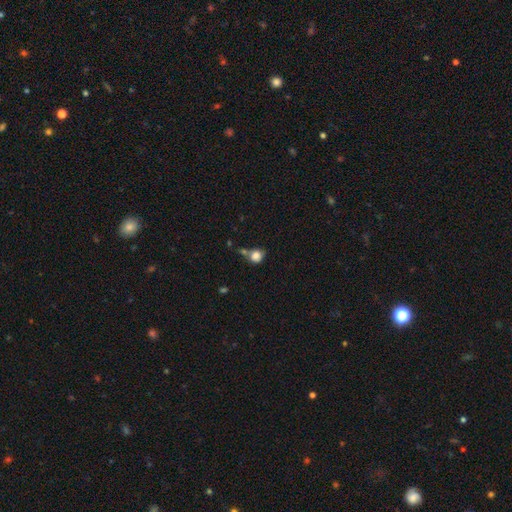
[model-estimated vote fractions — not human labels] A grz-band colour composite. It shows a smooth galaxy with no disk features (81%) that is round (75%). Merging: none (44%).